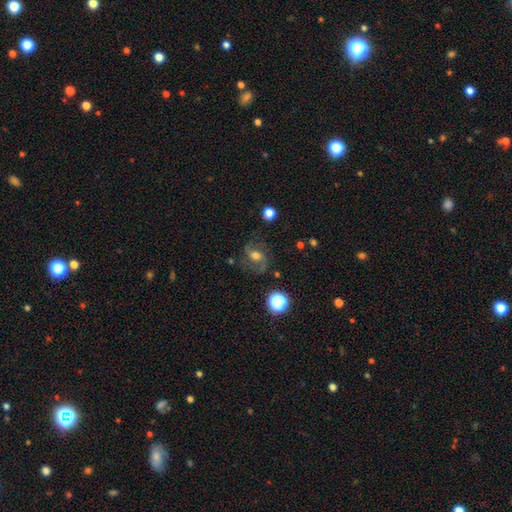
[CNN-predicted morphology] type=featured or disk (69%); edge-on=no (97%); bar=no (43%); spiral arms=yes (93%); winding=medium (46%); arm count=2 (85%); bulge=moderate (64%); merging=none (71%).